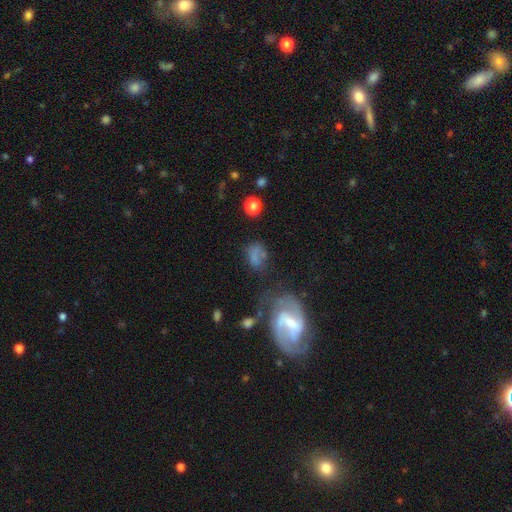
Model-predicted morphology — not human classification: Smooth or featured? smooth (58%)
How rounded? in between (69%)
Merging? none (41%)